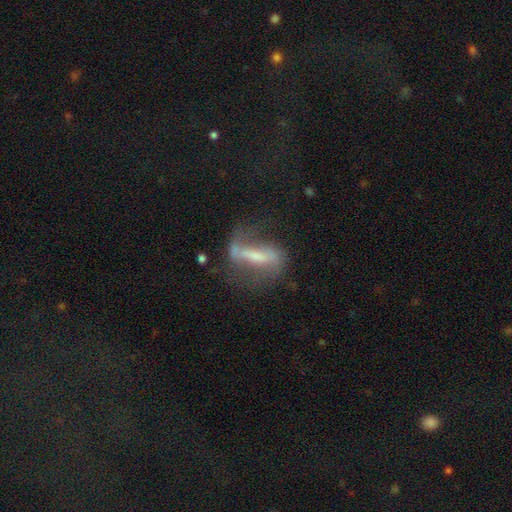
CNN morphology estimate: Smooth or featured: featured or disk — 68% (smooth — 22%)
Edge-on disk: no — 81% (yes — 19%)
Bar: strong — 61% (weak — 25%)
Spiral arms: yes — 74% (no — 26%)
Bulge size: small — 33% (moderate — 30%)
Merging: none — 46% (major disturbance — 28%)